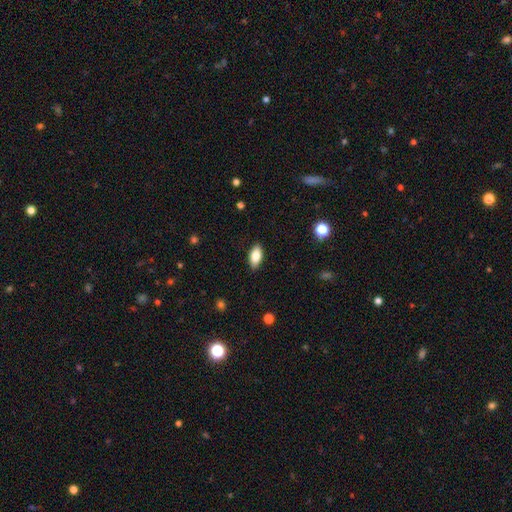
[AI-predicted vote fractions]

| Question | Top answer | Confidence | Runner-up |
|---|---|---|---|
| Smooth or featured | smooth | 82% | featured or disk (10%) |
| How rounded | in between | 90% | cigar-shaped (7%) |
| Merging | none | 88% | minor disturbance (9%) |